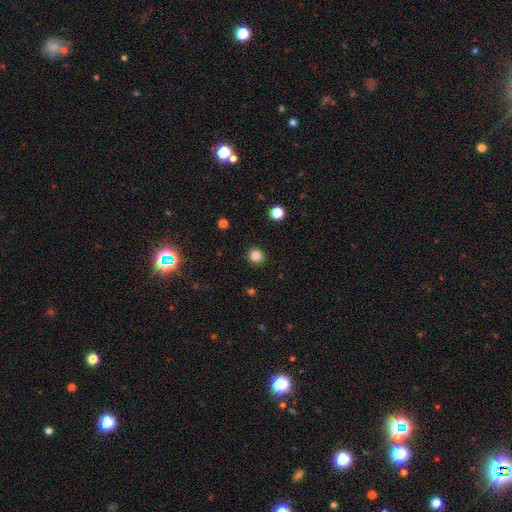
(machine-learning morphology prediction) A smooth galaxy with no disk features (83%) that is round (84%). Merging: none (90%).